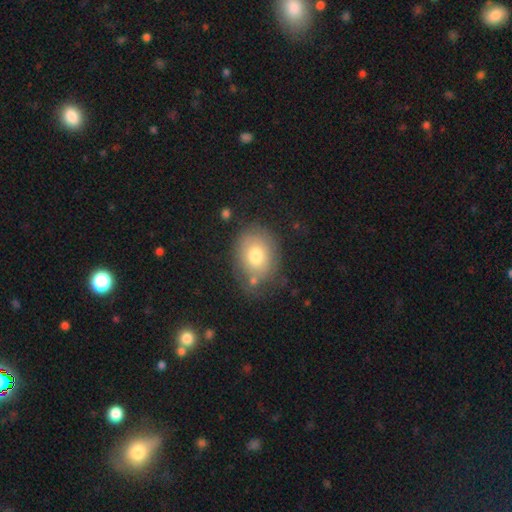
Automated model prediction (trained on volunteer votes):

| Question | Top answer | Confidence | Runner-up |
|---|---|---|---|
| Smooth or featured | smooth | 72% | featured or disk (19%) |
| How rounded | in between | 55% | round (44%) |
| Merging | none | 67% | minor disturbance (20%) |